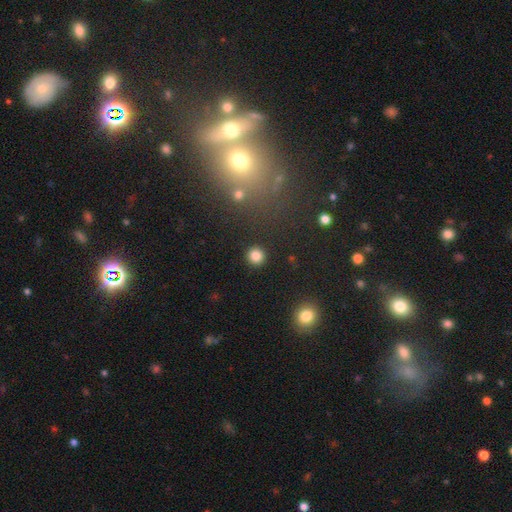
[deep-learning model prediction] smooth_or_featured: smooth (p=0.84) [alt: star or artifact p=0.12]
how_rounded: round (p=0.94) [alt: in between p=0.05]
merging: none (p=0.92) [alt: minor disturbance p=0.05]